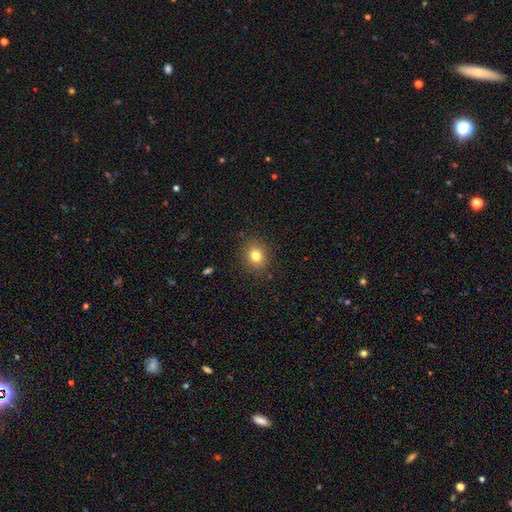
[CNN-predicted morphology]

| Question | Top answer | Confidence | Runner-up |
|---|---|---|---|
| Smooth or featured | smooth | 79% | star or artifact (13%) |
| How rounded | round | 70% | in between (29%) |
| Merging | none | 88% | minor disturbance (8%) |